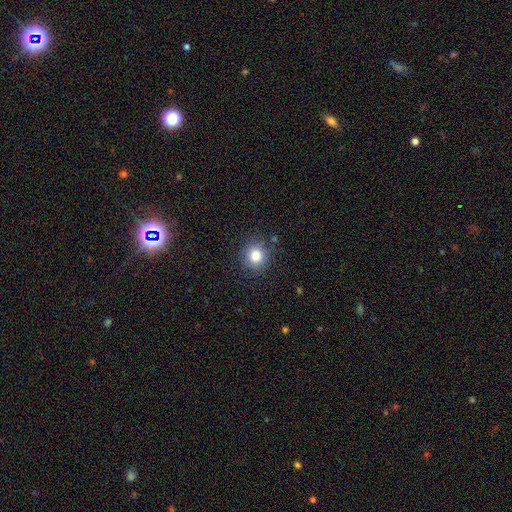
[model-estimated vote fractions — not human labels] smooth-or-featured: smooth: 83% | star or artifact: 11% | featured or disk: 6%
  how-rounded: round: 87% | in between: 12% | cigar-shaped: 1%
  merging: none: 87% | minor disturbance: 9% | major disturbance: 3% | merger: 2%